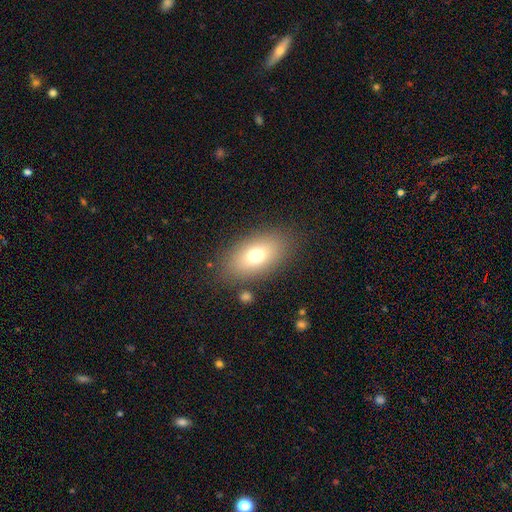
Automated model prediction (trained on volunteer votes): This appears to be a smooth galaxy with no disk features (71%) that is in between round and cigar-shaped (86%). Merging: none (82%).